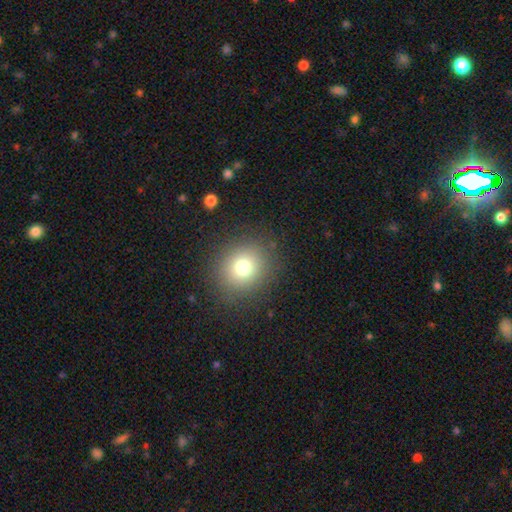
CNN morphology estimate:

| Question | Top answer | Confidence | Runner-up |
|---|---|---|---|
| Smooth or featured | smooth | 74% | star or artifact (18%) |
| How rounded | round | 85% | in between (14%) |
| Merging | none | 91% | minor disturbance (6%) |